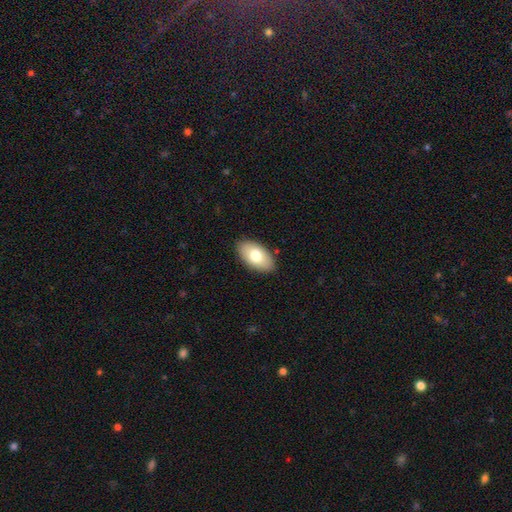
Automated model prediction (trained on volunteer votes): Morphology: type=smooth (76%); roundness=in between (95%); merging=none (88%).